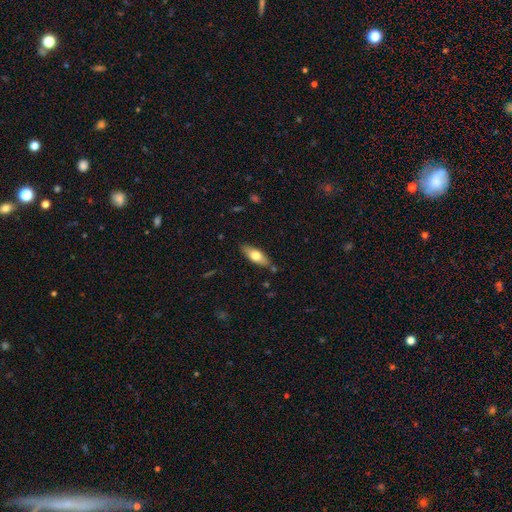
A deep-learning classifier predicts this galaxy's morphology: The model was most divided on "smooth or featured": smooth: 65%, featured or disk: 29%, star or artifact: 6%. More confident: merging — none (81%); how rounded — in between (68%).